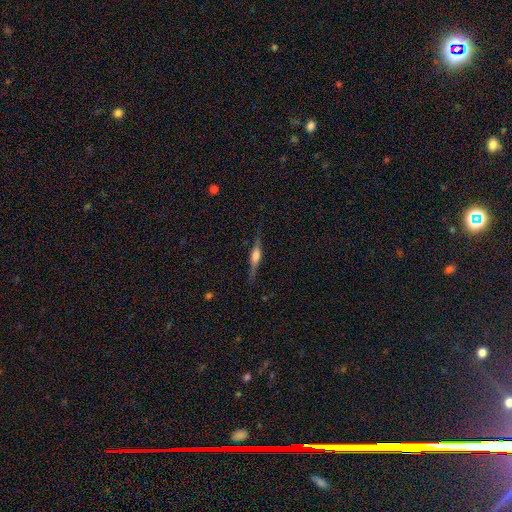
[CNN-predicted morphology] type=featured or disk (69%); edge-on=yes (97%); edge-on bulge=rounded (68%); merging=none (82%).